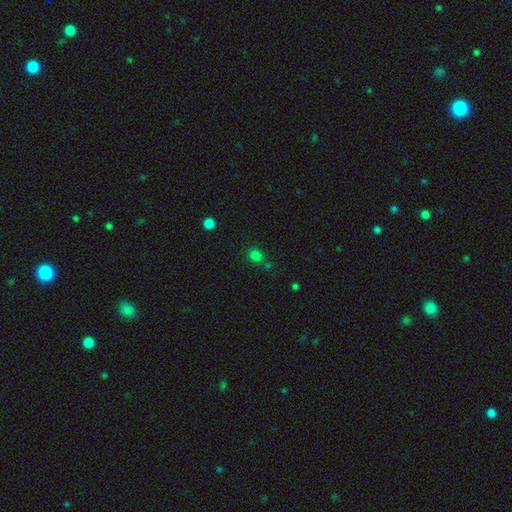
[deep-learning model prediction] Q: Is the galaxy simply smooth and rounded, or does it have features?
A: smooth — 77%.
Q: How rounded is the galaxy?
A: round — 82%.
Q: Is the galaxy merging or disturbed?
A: none — 75%.